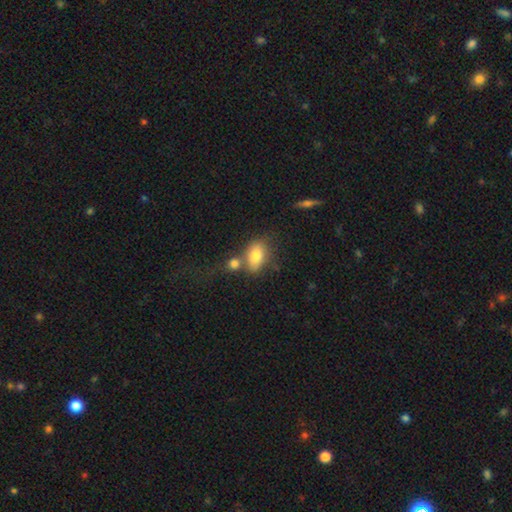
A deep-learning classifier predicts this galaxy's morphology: Smooth or featured? Predicted: smooth (p=0.78). How rounded? Predicted: in between (p=0.84). Merging? Predicted: none (p=0.42).